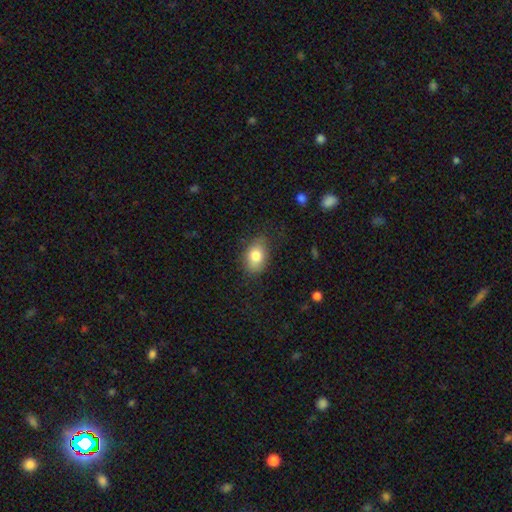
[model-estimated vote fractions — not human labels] Overall: smooth (81%). How rounded: in between (80%). Merging: none (78%).